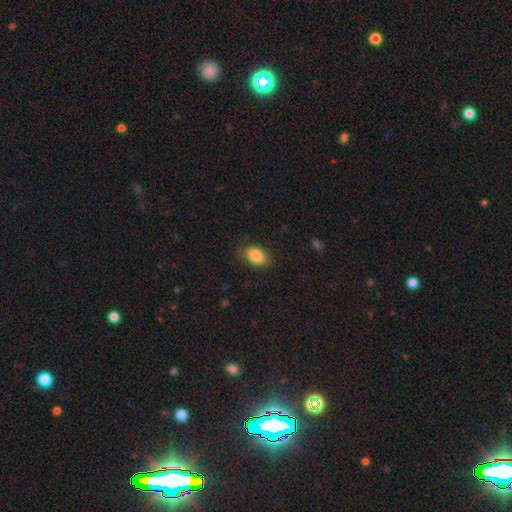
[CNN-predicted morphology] smooth-or-featured: smooth: 87% | star or artifact: 7% | featured or disk: 6%
  how-rounded: in between: 90% | round: 8% | cigar-shaped: 2%
  merging: none: 80% | minor disturbance: 15% | major disturbance: 4% | merger: 1%